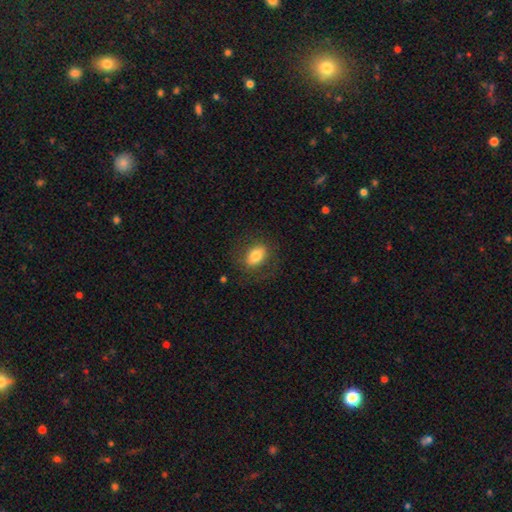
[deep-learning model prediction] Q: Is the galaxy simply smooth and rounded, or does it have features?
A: smooth — 75%.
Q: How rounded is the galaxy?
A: in between — 80%.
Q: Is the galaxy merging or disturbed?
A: none — 78%.